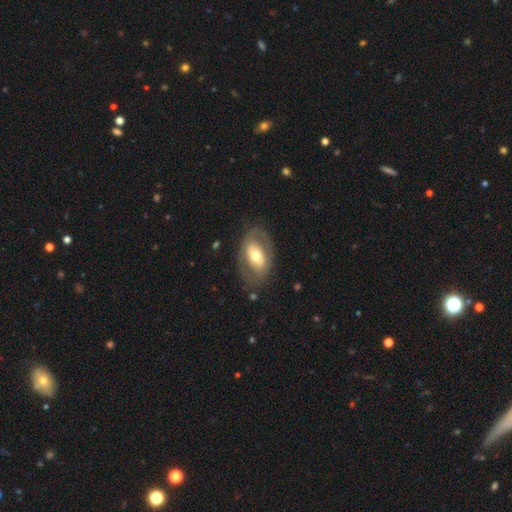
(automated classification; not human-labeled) smooth_or_featured: featured or disk (p=0.57) [alt: smooth p=0.37]
disk_edge_on: no (p=0.91) [alt: yes p=0.09]
bar: no (p=0.44) [alt: weak p=0.29]
has_spiral_arms: no (p=0.64) [alt: yes p=0.36]
bulge_size: moderate (p=0.67) [alt: small p=0.15]
merging: none (p=0.76) [alt: minor disturbance p=0.14]